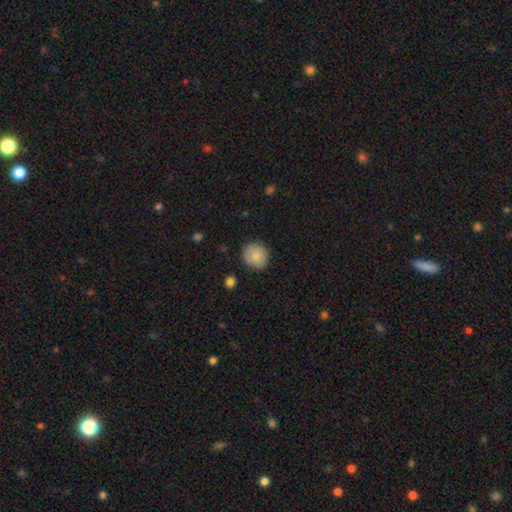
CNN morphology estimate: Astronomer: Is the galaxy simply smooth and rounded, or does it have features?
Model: smooth — 84%.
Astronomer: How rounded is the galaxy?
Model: round — 89%.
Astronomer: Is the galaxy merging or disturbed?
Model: none — 84%.